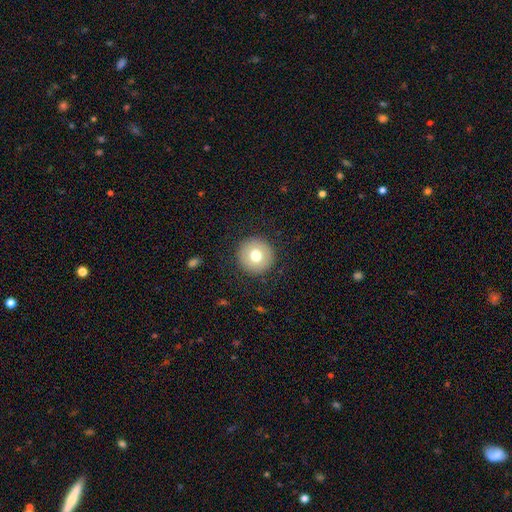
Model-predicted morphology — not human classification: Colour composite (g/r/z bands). It shows a smooth galaxy with no disk features (73%) that is round (96%). Merging: none (92%).